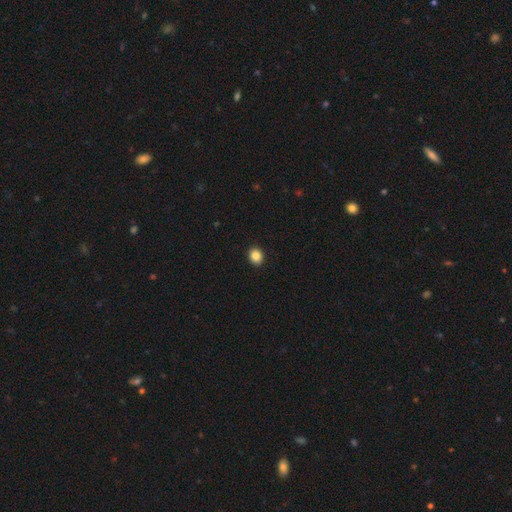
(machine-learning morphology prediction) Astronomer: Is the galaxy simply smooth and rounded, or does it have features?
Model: smooth — 86%.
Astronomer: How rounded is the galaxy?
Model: round — 59% (runner-up: in between, 40%).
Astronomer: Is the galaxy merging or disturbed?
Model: none — 92%.